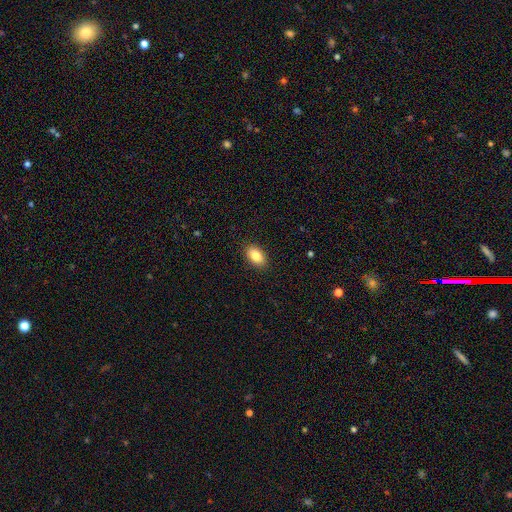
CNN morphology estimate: The model was most divided on "smooth or featured": smooth: 84%, featured or disk: 8%, star or artifact: 7%. More confident: how rounded — in between (92%); merging — none (89%).